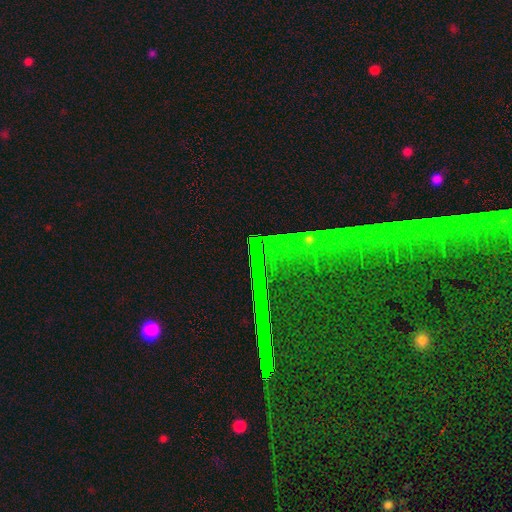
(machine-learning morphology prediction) smooth_or_featured: star or artifact (p=0.77) [alt: featured or disk p=0.12]